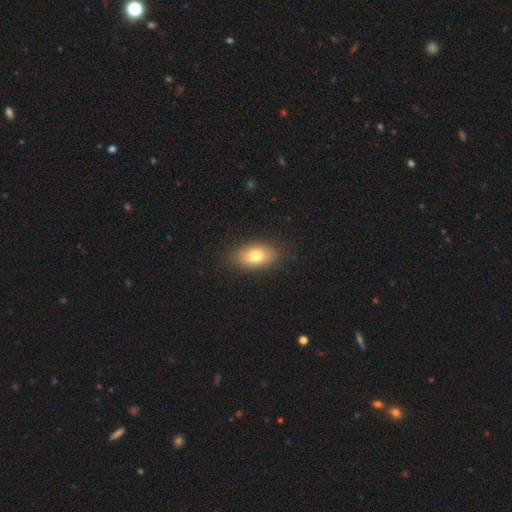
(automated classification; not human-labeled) Morphology: type=smooth (76%); roundness=in between (88%); merging=none (85%).